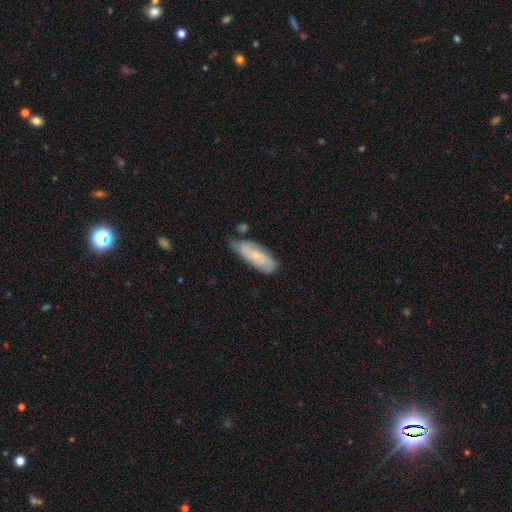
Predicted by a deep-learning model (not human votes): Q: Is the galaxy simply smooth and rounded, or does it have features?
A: featured or disk — 48%.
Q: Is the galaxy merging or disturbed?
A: none — 53%.